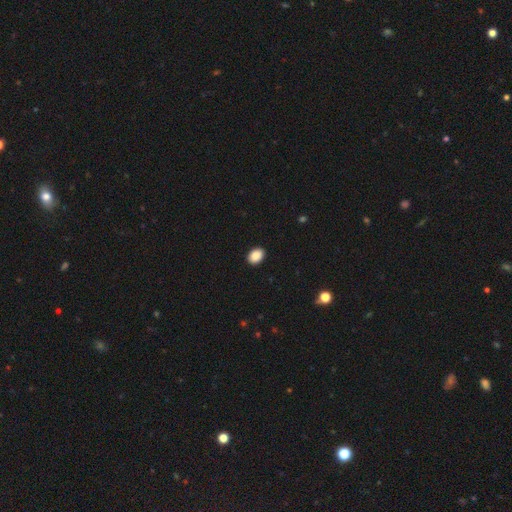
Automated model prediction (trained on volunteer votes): A smooth galaxy with no disk features (89%) that is in between round and cigar-shaped (67%).

Vote fractions:
- Smooth or featured? smooth: 89% / star or artifact: 8% / featured or disk: 3%
- How rounded? in between: 67% / round: 32% / cigar-shaped: 1%
- Merging? none: 92% / minor disturbance: 6% / major disturbance: 2% / merger: 1%